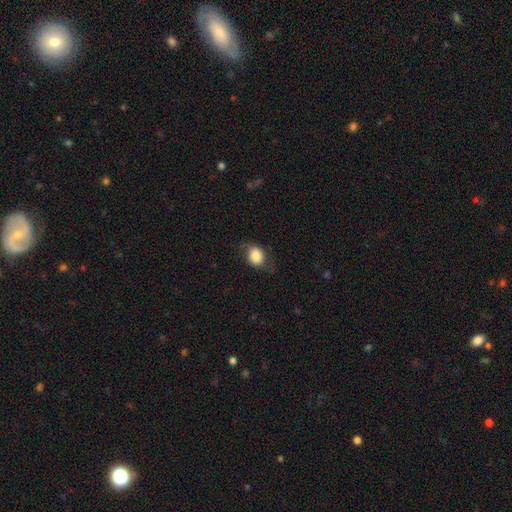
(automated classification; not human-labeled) The model was most divided on "how rounded": in between: 50%, round: 49%, cigar-shaped: 1%. More confident: smooth or featured — smooth (77%); merging — none (64%).